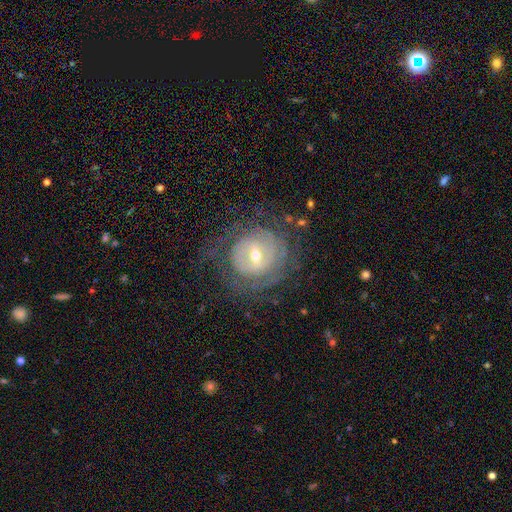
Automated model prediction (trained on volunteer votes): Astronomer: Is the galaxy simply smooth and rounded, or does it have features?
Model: featured or disk — 74%.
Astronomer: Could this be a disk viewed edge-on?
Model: no — 96%.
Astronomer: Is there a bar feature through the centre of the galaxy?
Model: weak — 51% (runner-up: no, 29%).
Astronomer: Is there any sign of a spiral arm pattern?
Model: yes — 74%.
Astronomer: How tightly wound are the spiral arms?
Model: tight — 67%.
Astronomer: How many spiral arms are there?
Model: can't tell — 55%.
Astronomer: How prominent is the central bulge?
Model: moderate — 48% (runner-up: small, 47%).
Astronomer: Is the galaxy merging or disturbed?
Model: none — 67%.